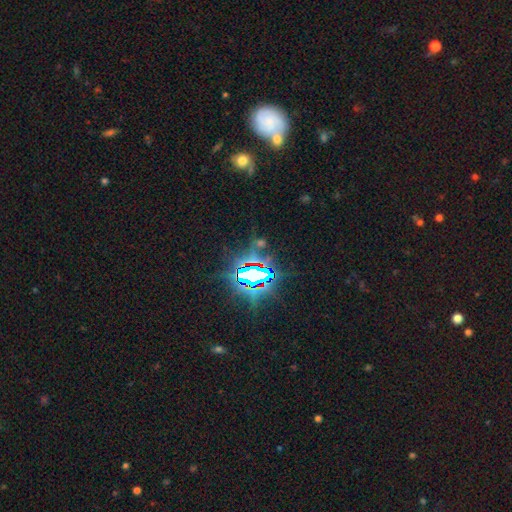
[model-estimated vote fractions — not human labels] This appears to be a star or artifact, not a galaxy (82%).